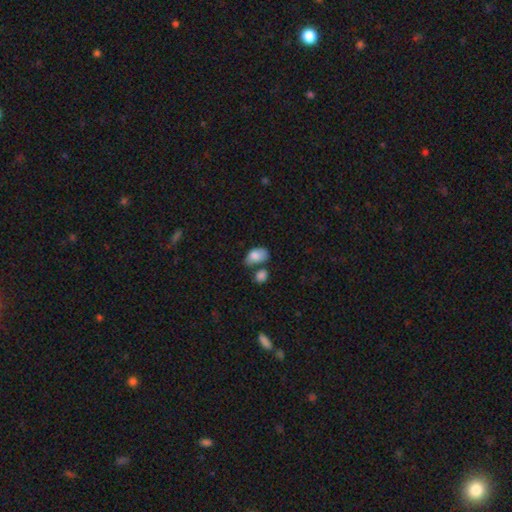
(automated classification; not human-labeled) Smooth or featured?
  - smooth: 81% *
  - featured or disk: 11%
  - star or artifact: 8%
How rounded?
  - in between: 86% *
  - round: 12%
  - cigar-shaped: 1%
Merging?
  - none: 34% *
  - merger: 29%
  - minor disturbance: 25%
  - major disturbance: 11%